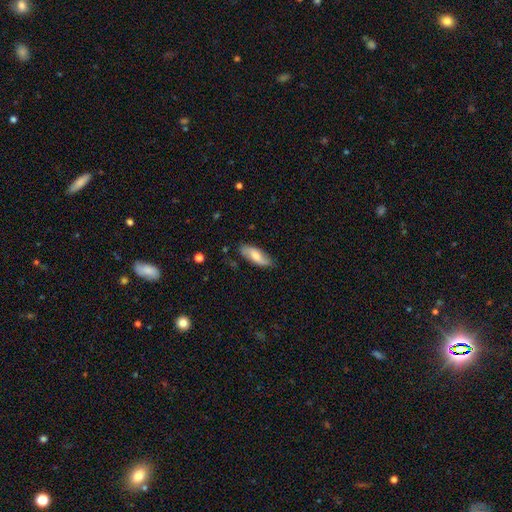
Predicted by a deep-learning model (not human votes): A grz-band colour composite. It shows a smooth galaxy with no disk features (57%) that is in between round and cigar-shaped (71%). Merging: none (79%).